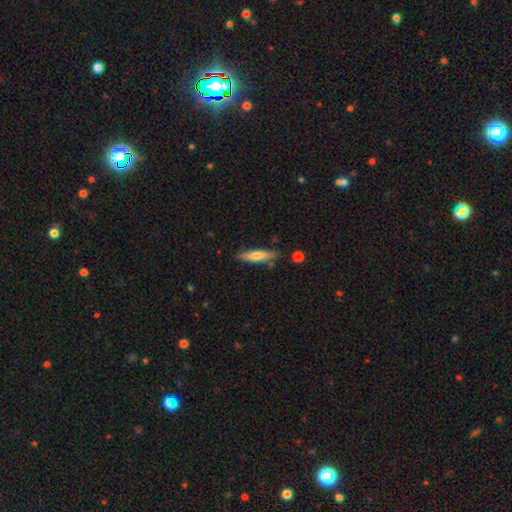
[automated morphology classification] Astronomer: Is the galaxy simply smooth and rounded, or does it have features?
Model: smooth — 64%.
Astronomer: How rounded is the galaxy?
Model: cigar-shaped — 76%.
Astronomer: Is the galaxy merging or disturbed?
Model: none — 80%.